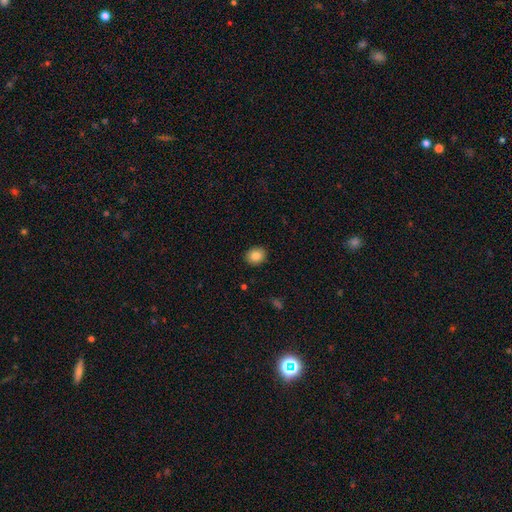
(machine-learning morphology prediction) A smooth galaxy with no disk features (85%) that is round (63%).

Vote fractions:
- Smooth or featured? smooth: 85% / star or artifact: 9% / featured or disk: 7%
- How rounded? round: 63% / in between: 36% / cigar-shaped: 1%
- Merging? none: 90% / minor disturbance: 7% / major disturbance: 2% / merger: 1%